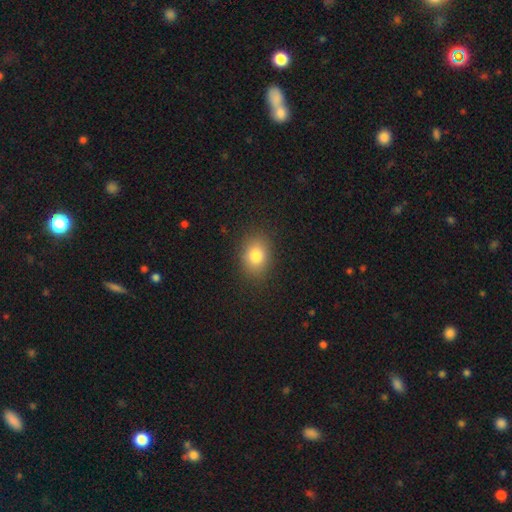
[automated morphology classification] A smooth galaxy with no disk features (81%) that is in between round and cigar-shaped (61%).

Vote fractions:
- Smooth or featured? smooth: 81% / star or artifact: 11% / featured or disk: 8%
- How rounded? in between: 61% / round: 38% / cigar-shaped: 1%
- Merging? none: 86% / minor disturbance: 10% / major disturbance: 3% / merger: 1%